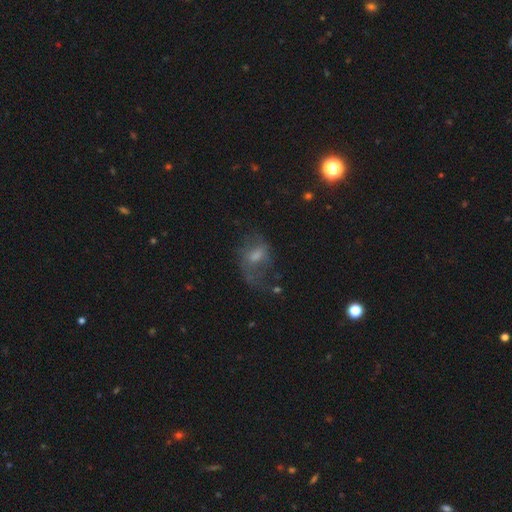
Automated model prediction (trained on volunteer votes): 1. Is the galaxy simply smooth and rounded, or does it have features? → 49% featured or disk, 32% smooth, 19% star or artifact.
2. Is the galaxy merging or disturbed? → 44% none, 31% major disturbance, 22% minor disturbance, 4% merger.